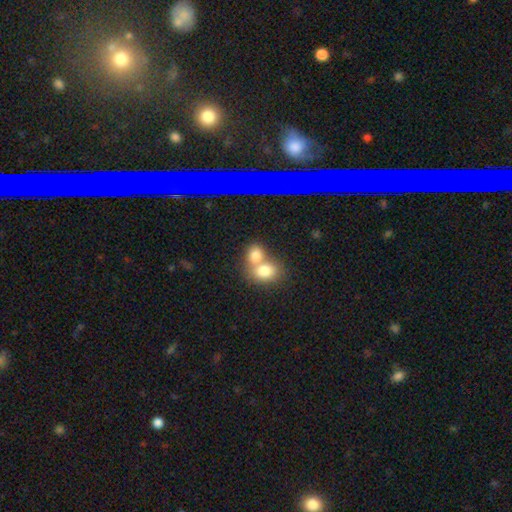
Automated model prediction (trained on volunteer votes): Smooth or featured: smooth — 73% (star or artifact — 14%)
How rounded: round — 52% (in between — 47%)
Merging: merger — 58% (none — 32%)